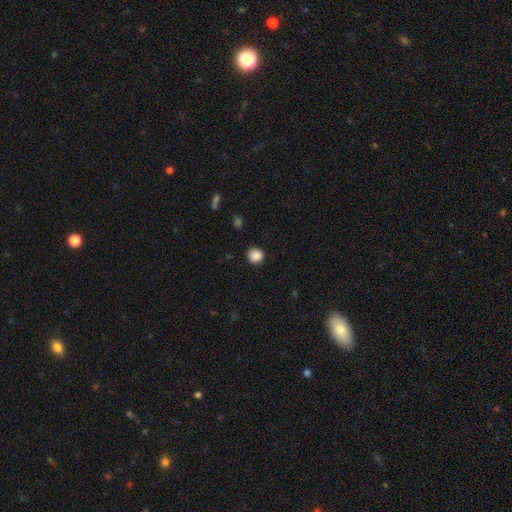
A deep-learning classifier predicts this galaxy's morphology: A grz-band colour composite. It shows a smooth galaxy with no disk features (88%) that is round (91%). Merging: none (89%).